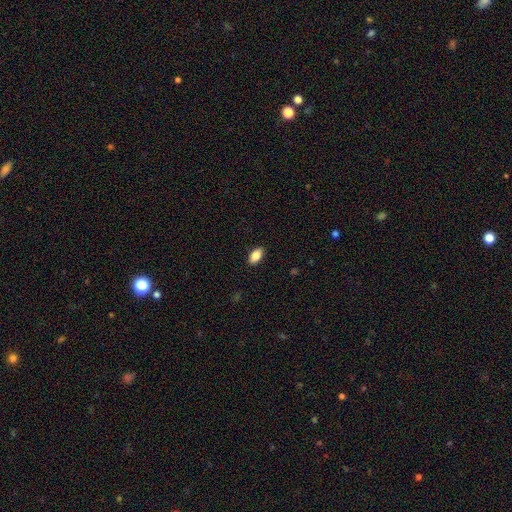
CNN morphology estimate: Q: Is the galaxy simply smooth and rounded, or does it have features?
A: smooth — 87%.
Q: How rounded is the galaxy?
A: in between — 92%.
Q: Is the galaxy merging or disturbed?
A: none — 89%.